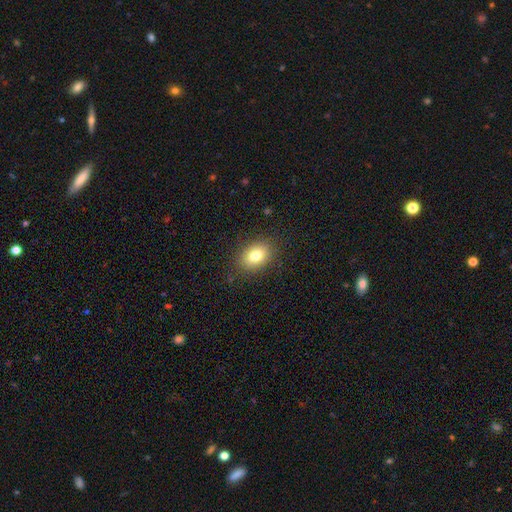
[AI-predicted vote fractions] A smooth galaxy with no disk features (80%) that is in between round and cigar-shaped (78%). Merging: none (85%).